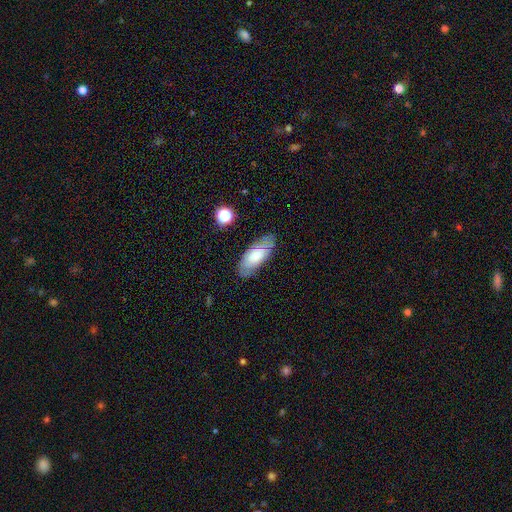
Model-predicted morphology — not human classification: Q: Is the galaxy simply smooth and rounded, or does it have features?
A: smooth — 60%.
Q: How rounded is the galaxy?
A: in between — 86%.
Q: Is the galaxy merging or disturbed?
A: none — 71%.